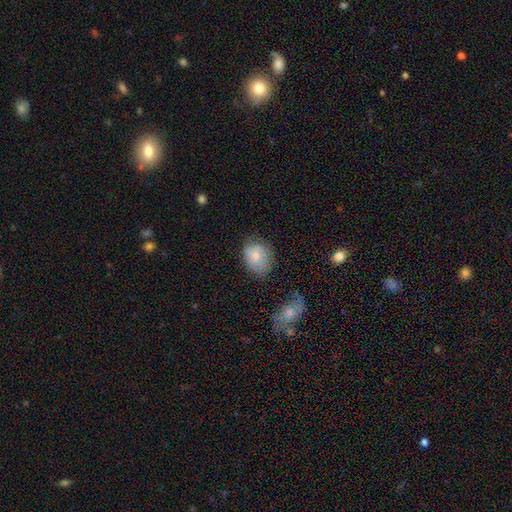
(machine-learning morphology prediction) Overall: smooth (70%). How rounded: in between (54%; round 45%). Merging: none (62%; minor disturbance 27%).